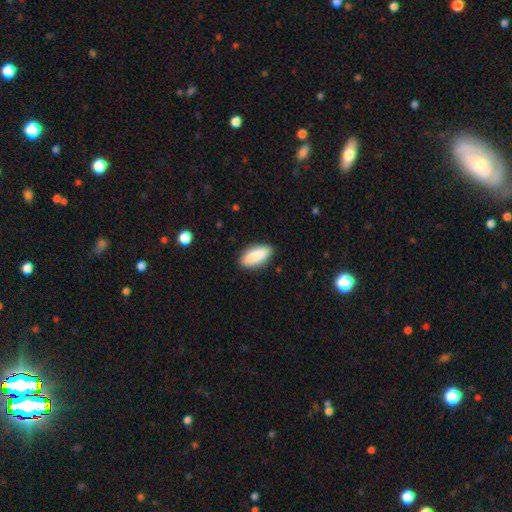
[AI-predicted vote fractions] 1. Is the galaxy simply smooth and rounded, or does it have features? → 87% smooth, 7% featured or disk, 6% star or artifact.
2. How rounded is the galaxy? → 84% in between, 14% cigar-shaped, 2% round.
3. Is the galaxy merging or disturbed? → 87% none, 10% minor disturbance, 2% major disturbance, 1% merger.